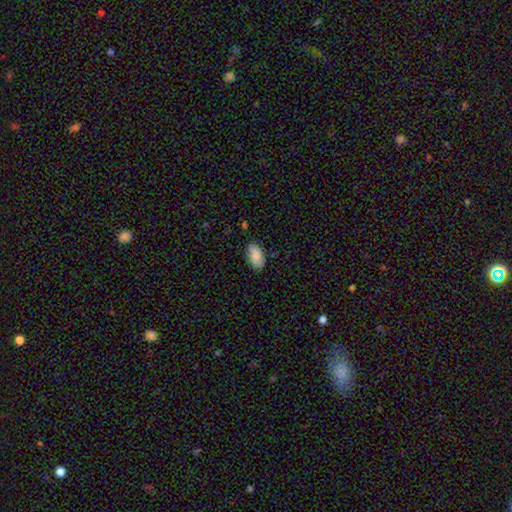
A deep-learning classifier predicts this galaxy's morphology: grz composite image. It shows a smooth galaxy with no disk features (88%) that is in between round and cigar-shaped (94%). Merging: none (80%).